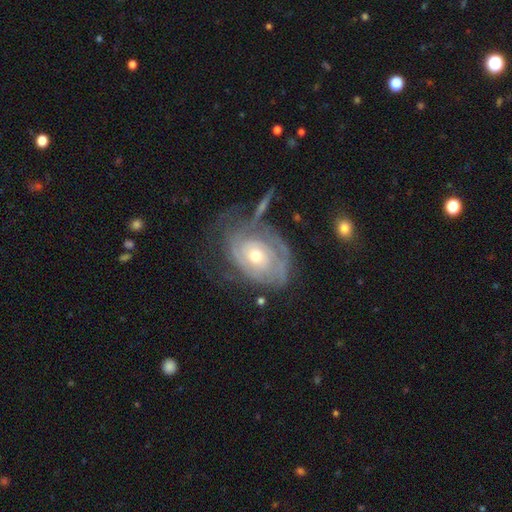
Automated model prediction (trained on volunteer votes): Morphology: type=featured or disk (82%); edge-on=no (96%); bar=no (79%); spiral arms=yes (89%); winding=tight (74%); arm count=can't tell (47%); bulge=moderate (55%); merging=none (52%).